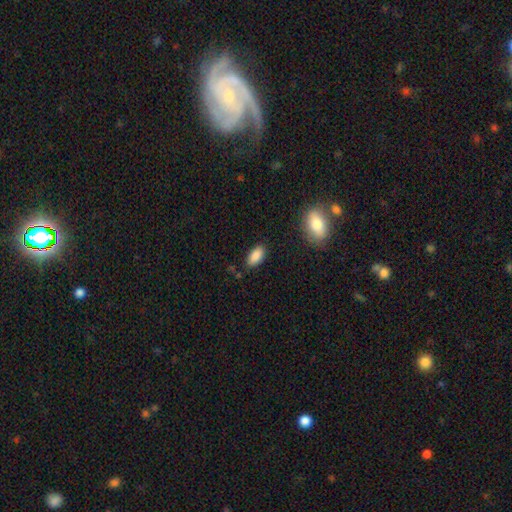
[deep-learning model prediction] smooth_or_featured: smooth (p=0.88) [alt: star or artifact p=0.07]
how_rounded: in between (p=0.92) [alt: cigar-shaped p=0.05]
merging: none (p=0.84) [alt: minor disturbance p=0.12]